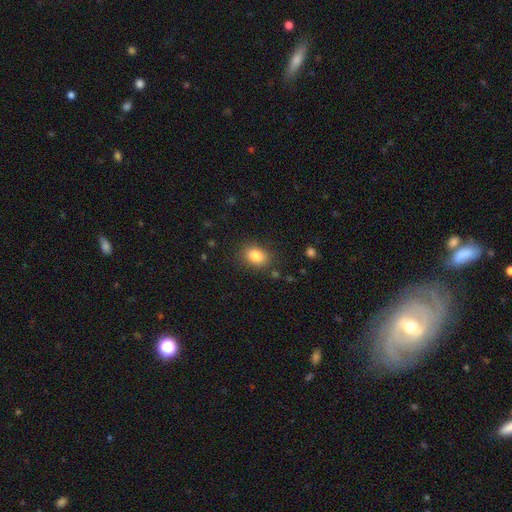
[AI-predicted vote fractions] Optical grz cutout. It shows a smooth galaxy with no disk features (84%) that is in between round and cigar-shaped (72%). Merging: none (83%).